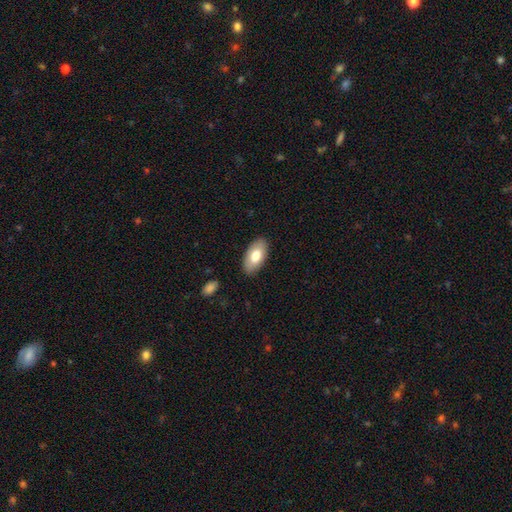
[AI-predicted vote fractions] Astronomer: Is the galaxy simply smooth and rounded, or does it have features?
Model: smooth — 76%.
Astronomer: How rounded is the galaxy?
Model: in between — 95%.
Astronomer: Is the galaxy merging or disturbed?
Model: none — 87%.